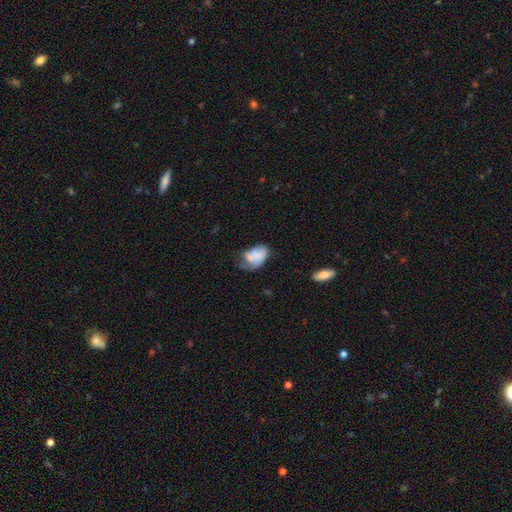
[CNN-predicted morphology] Smooth or featured? Predicted: smooth (p=0.63). How rounded? Predicted: in between (p=0.84). Merging? Predicted: major disturbance (p=0.33, tied with minor disturbance).